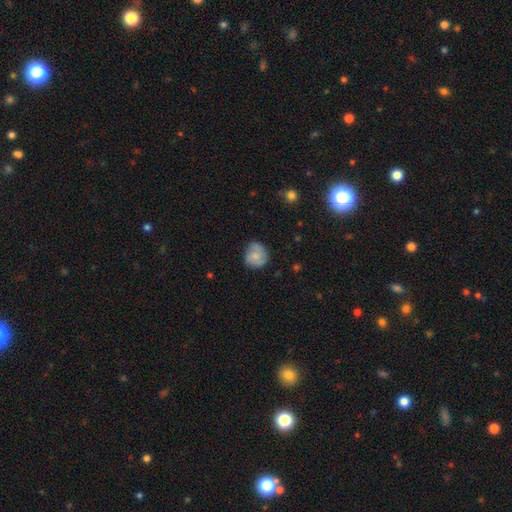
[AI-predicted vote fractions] This appears to be a smooth galaxy with no disk features (60%) that is round (84%). Merging: none (70%).